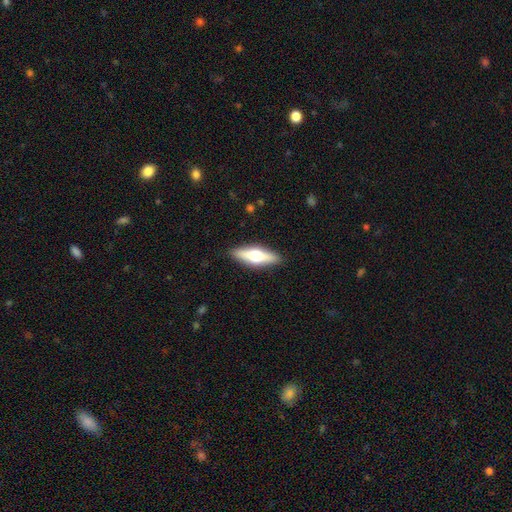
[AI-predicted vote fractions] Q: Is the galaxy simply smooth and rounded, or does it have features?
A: featured or disk — 48%.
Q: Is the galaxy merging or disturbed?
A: none — 89%.